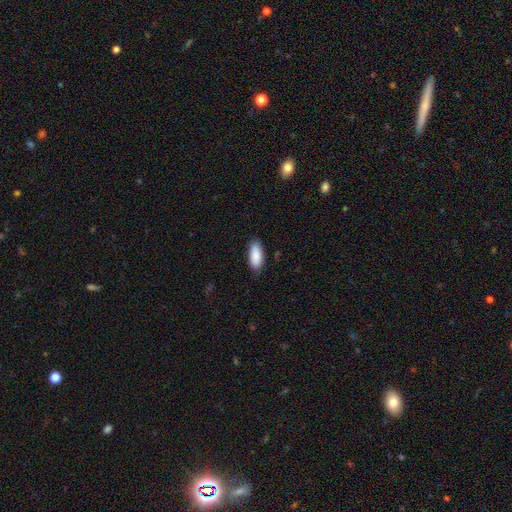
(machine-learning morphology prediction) The model was most divided on "how rounded": in between: 84%, cigar-shaped: 15%, round: 2%. More confident: smooth or featured — smooth (88%); merging — none (84%).